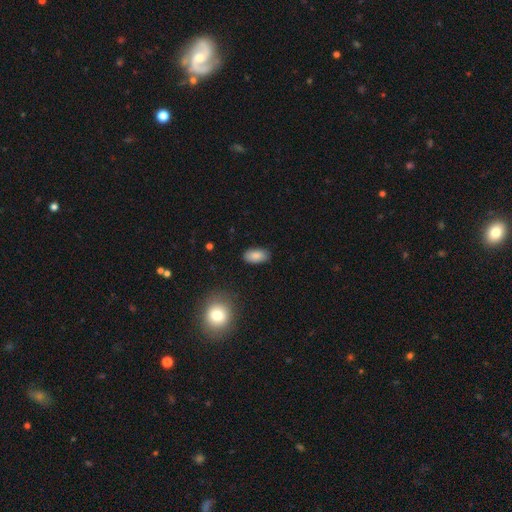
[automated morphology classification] The model was most divided on "merging": none: 83%, minor disturbance: 13%, major disturbance: 3%, merger: 1%. More confident: how rounded — in between (94%); smooth or featured — smooth (86%).